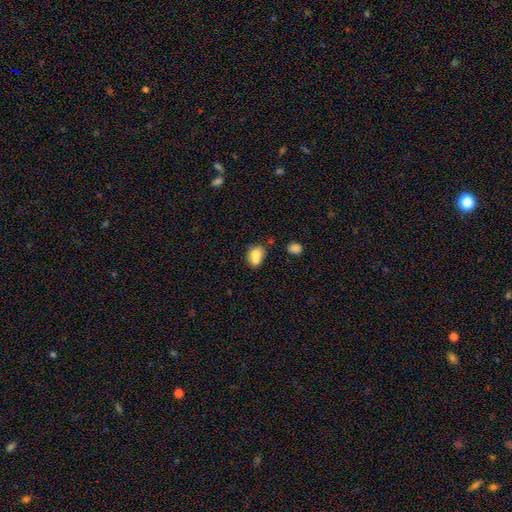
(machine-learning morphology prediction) smooth 71%, featured or disk 19%, star or artifact 10%. Down the decision tree: how rounded — in between (51%); merging — merger (52%).